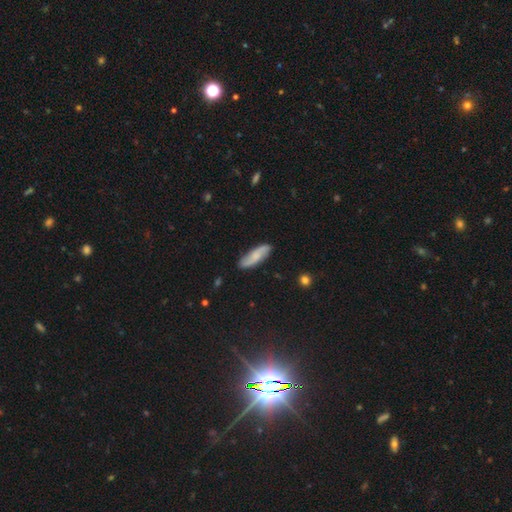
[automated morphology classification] Smooth or featured? smooth (57%)
How rounded? in between (51%)
Merging? none (83%)